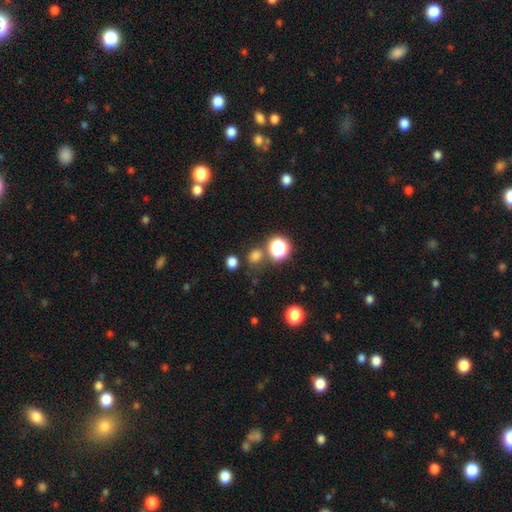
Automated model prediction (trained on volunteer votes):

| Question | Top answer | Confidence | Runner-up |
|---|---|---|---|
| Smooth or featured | smooth | 72% | star or artifact (23%) |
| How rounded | round | 76% | in between (23%) |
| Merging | none | 76% | merger (10%) |